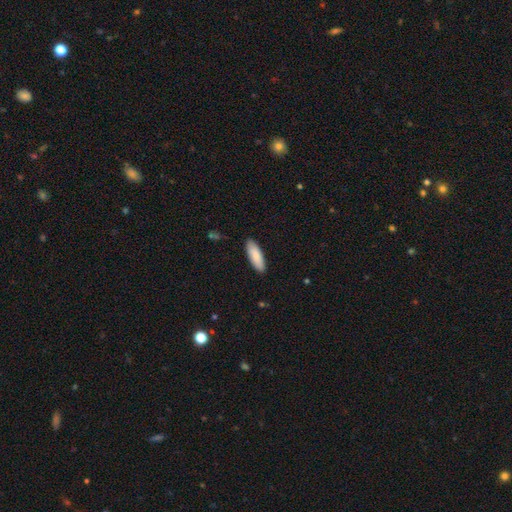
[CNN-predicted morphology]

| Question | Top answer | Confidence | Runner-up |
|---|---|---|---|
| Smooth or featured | smooth | 88% | featured or disk (7%) |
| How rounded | in between | 58% | cigar-shaped (40%) |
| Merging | none | 89% | minor disturbance (8%) |